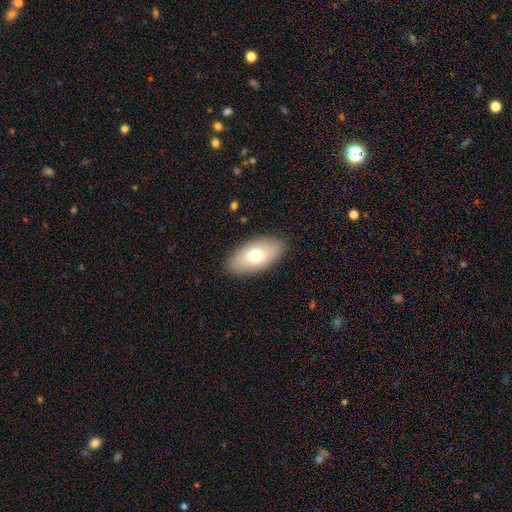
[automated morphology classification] The model was most divided on "smooth or featured": smooth: 71%, featured or disk: 22%, star or artifact: 7%. More confident: how rounded — in between (93%); merging — none (88%).